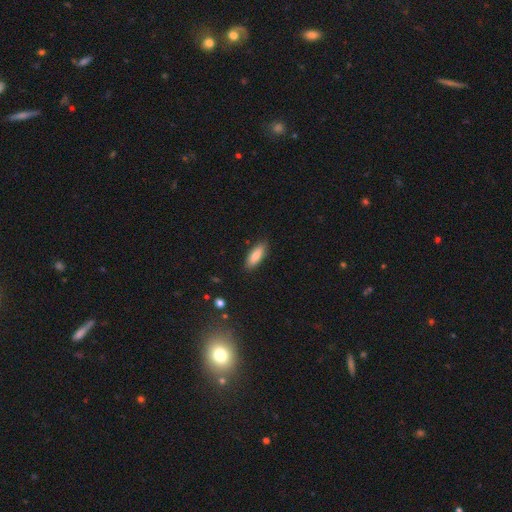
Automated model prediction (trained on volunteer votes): Smooth or featured? smooth (85%)
How rounded? in between (66%)
Merging? none (87%)